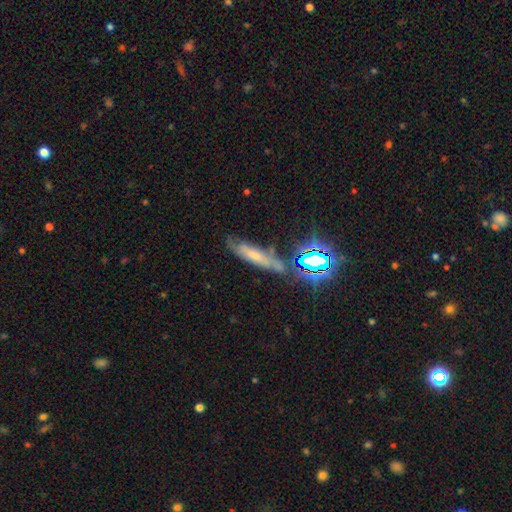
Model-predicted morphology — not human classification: This appears to be a smooth galaxy with no disk features (41%). Merging: none (63%).